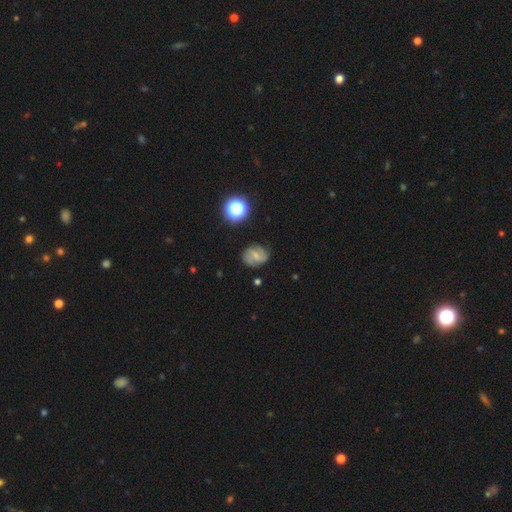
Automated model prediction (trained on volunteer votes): smooth-or-featured: featured or disk: 60% | smooth: 29% | star or artifact: 11%
  disk-edge-on: no: 97% | yes: 3%
    bar: weak: 52% | no: 29% | strong: 19%
    has-spiral-arms: yes: 88% | no: 12%
      spiral-winding: medium: 45% | tight: 30% | loose: 25%
      spiral-arm-count: 2: 71% | can't tell: 15% | 3: 7% | 1: 3% | 4: 2% | more than 4: 2%
    bulge-size: small: 59% | moderate: 24% | none: 14% | large: 2% | dominant: 1%
  merging: none: 76% | minor disturbance: 16% | major disturbance: 6% | merger: 2%